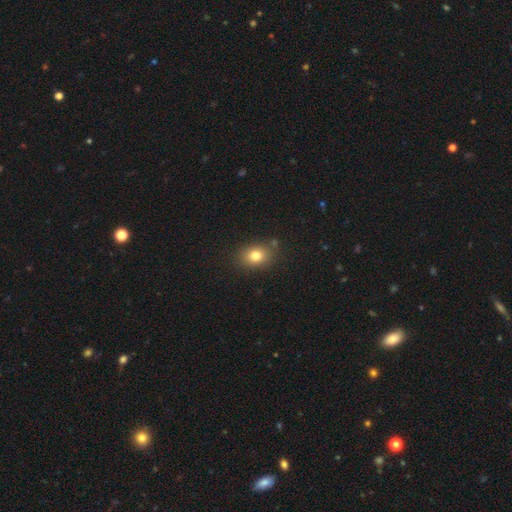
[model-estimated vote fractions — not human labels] A smooth galaxy with no disk features (79%) that is in between round and cigar-shaped (59%). Merging: none (79%).